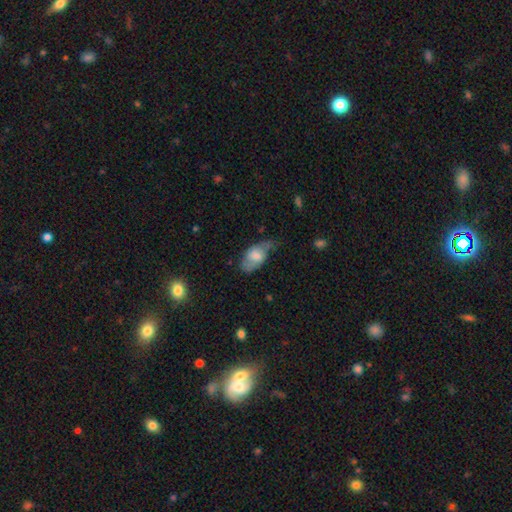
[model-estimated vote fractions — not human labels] A smooth galaxy with no disk features (58%) that is in between round and cigar-shaped (91%).

Vote fractions:
- Smooth or featured? smooth: 58% / featured or disk: 35% / star or artifact: 7%
- How rounded? in between: 91% / round: 5% / cigar-shaped: 4%
- Merging? none: 39% / minor disturbance: 38% / major disturbance: 20% / merger: 3%